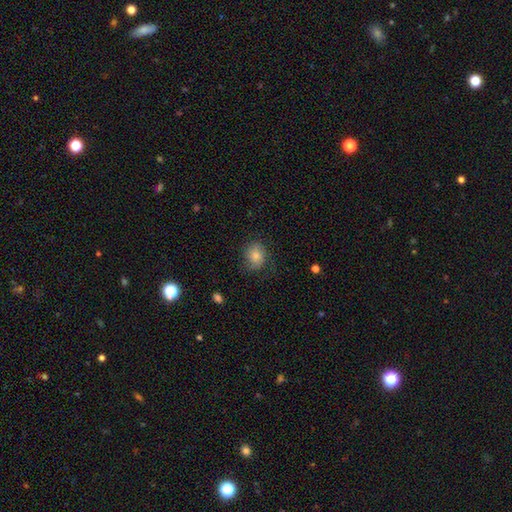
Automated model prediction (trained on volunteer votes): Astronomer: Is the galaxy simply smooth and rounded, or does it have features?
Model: smooth — 57%.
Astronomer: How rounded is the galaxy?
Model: round — 64%.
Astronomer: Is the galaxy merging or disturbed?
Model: none — 69%.